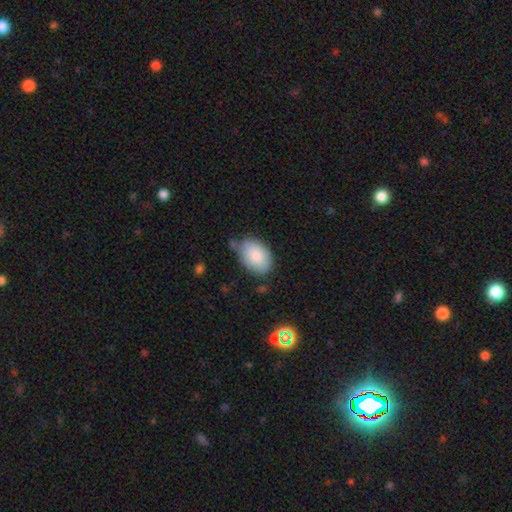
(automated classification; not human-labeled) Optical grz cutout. It shows a smooth galaxy with no disk features (85%) that is in between round and cigar-shaped (87%). Merging: none (62%).